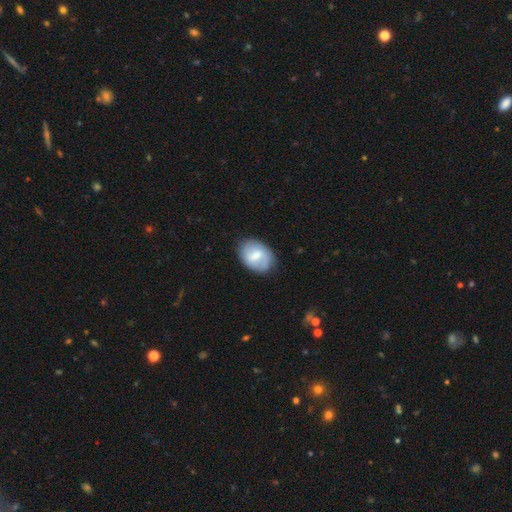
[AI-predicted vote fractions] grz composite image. It shows a smooth galaxy with no disk features (55%) that is in between round and cigar-shaped (78%). Merging: none (76%).